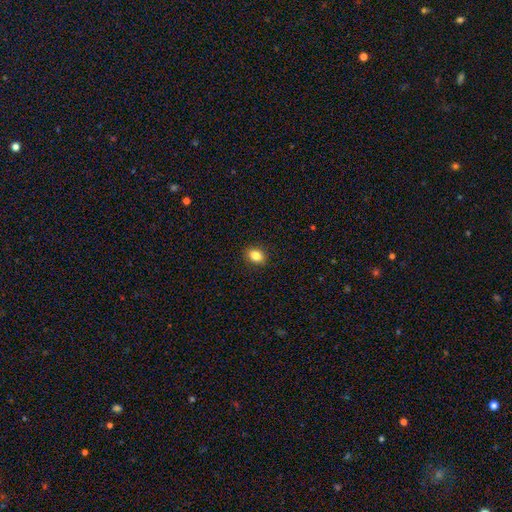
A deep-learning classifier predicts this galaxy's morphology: Smooth or featured? Predicted: smooth (p=0.85). How rounded? Predicted: in between (p=0.65). Merging? Predicted: none (p=0.90).